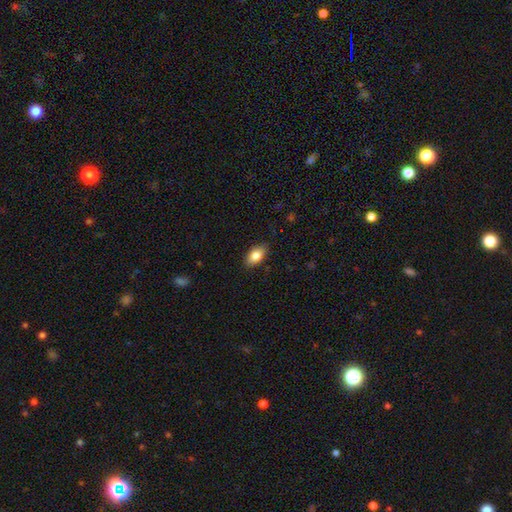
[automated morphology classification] A smooth galaxy with no disk features (83%) that is in between round and cigar-shaped (92%).

Vote fractions:
- Smooth or featured? smooth: 83% / featured or disk: 10% / star or artifact: 7%
- How rounded? in between: 92% / round: 5% / cigar-shaped: 3%
- Merging? none: 86% / minor disturbance: 11% / major disturbance: 2% / merger: 1%